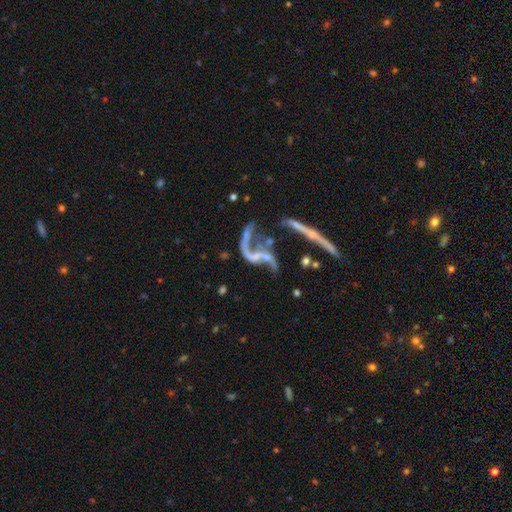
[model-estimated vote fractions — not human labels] A featured or disk galaxy (80%) with no bar (60%), spiral arms (70%) and no central bulge (46%). Merging: major disturbance (31%).